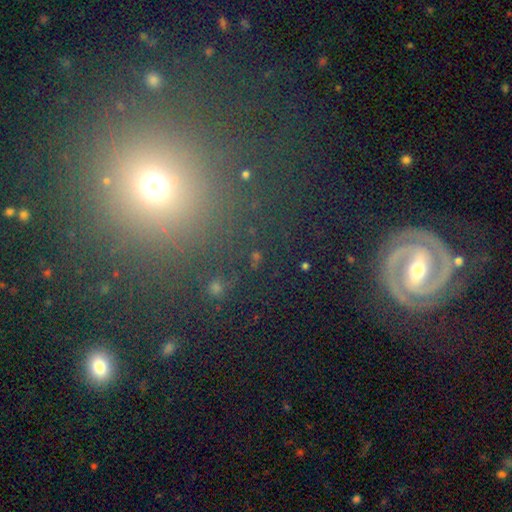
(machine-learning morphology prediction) smooth-or-featured: star or artifact: 47% | smooth: 37% | featured or disk: 17%